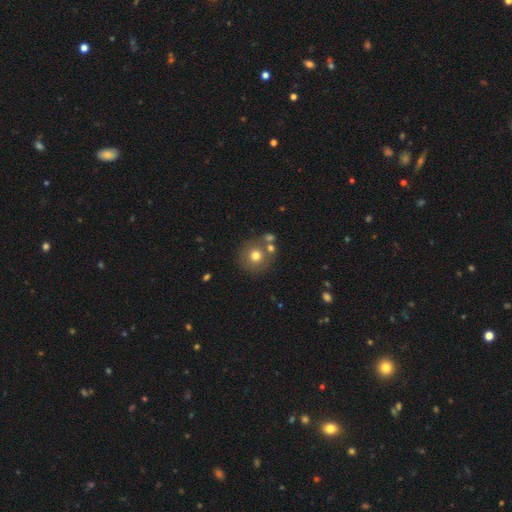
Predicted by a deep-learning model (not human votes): Morphology: type=smooth (71%); roundness=round (92%); merging=none (68%).